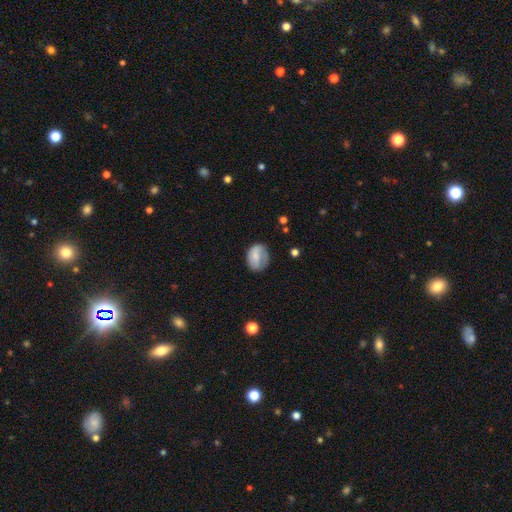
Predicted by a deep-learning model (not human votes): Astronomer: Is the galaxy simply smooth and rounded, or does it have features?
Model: smooth — 68%.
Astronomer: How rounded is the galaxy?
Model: in between — 61% (runner-up: round, 37%).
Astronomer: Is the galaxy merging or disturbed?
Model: none — 59%.